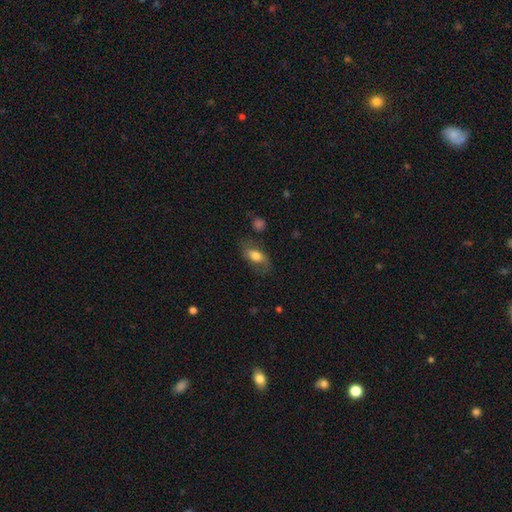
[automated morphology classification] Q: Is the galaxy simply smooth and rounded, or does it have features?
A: smooth — 69%.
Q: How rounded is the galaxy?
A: in between — 86%.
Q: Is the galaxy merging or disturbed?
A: none — 64%.